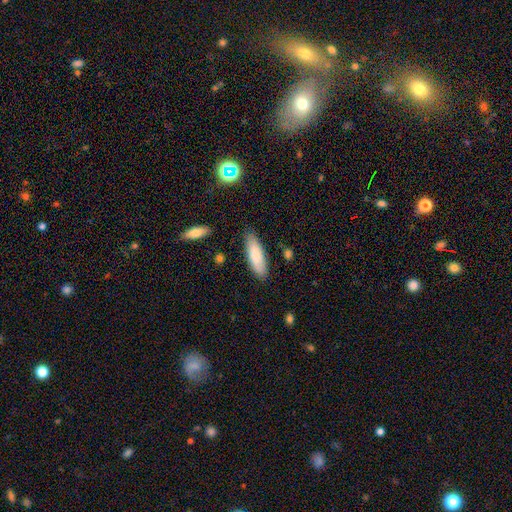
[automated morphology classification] type=smooth (81%); roundness=in between (54%); merging=none (82%).